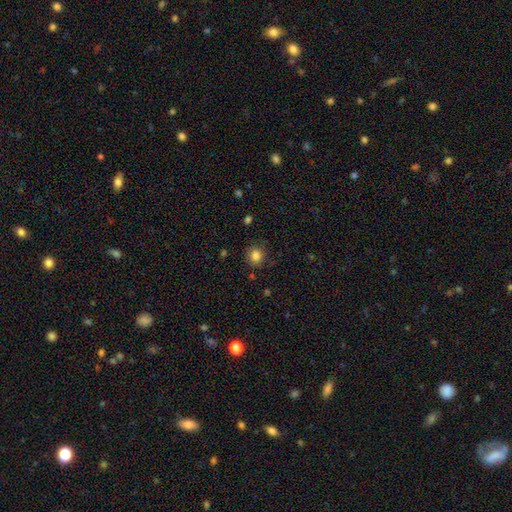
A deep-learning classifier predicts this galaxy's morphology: This appears to be a smooth galaxy with no disk features (83%) that is round (87%). Merging: none (85%).